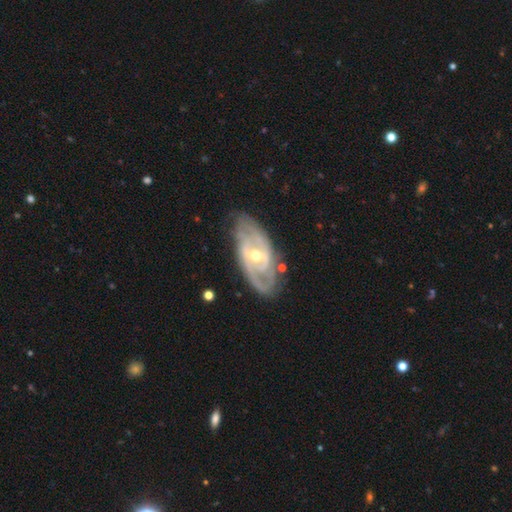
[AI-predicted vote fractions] featured or disk 87%, smooth 9%, star or artifact 5%. Down the decision tree: edge-on disk — no (93%); bar — weak (46%); spiral arms — yes (91%); spiral arm count — 2 (53%); spiral winding — tight (58%); bulge size — moderate (58%); merging — none (75%).